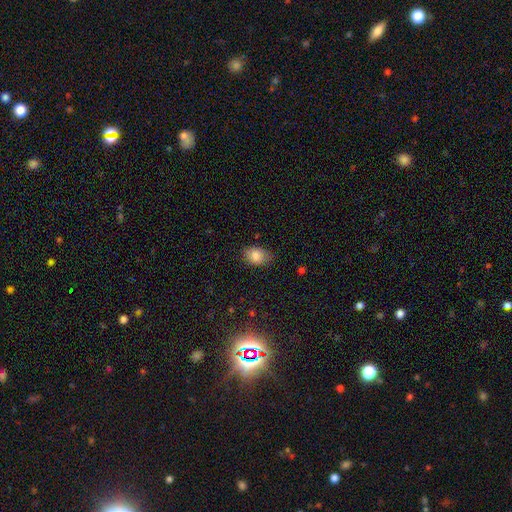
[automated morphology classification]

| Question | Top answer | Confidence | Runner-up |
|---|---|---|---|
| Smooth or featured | smooth | 83% | star or artifact (9%) |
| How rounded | in between | 74% | round (25%) |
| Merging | none | 73% | minor disturbance (22%) |